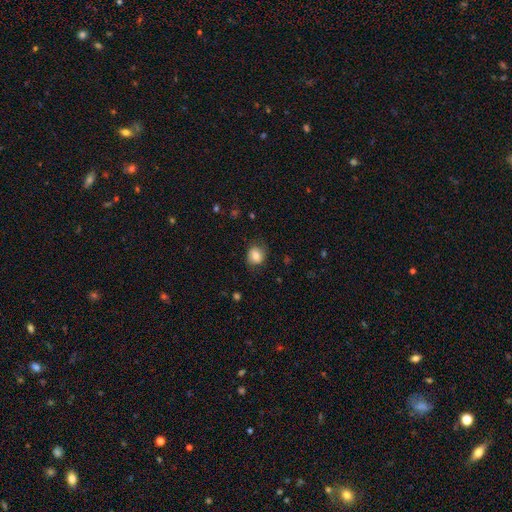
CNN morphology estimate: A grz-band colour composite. It shows a smooth galaxy with no disk features (76%) that is round (68%). Merging: none (73%).